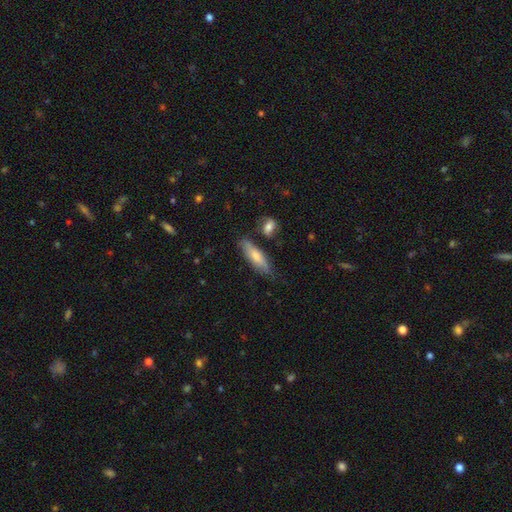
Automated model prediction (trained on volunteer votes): Smooth or featured? Predicted: smooth (p=0.64). How rounded? Predicted: cigar-shaped (p=0.59). Merging? Predicted: none (p=0.73).